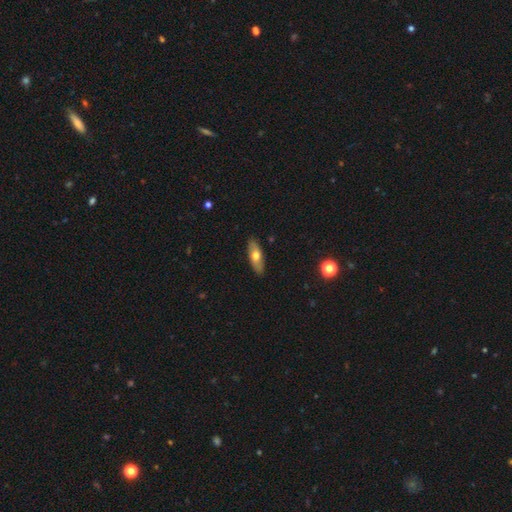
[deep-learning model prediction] smooth 60%, featured or disk 34%, star or artifact 6%. Down the decision tree: how rounded — in between (66%); merging — none (88%).